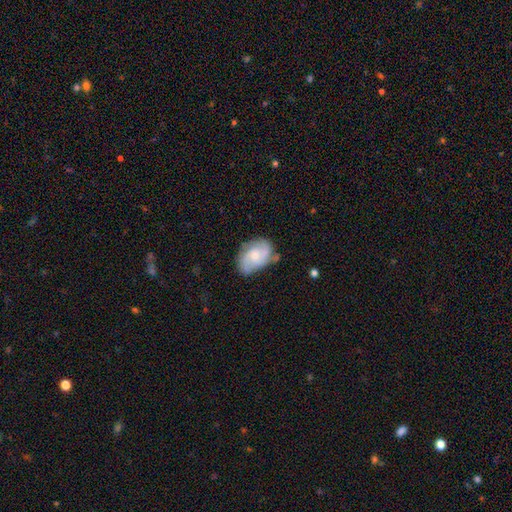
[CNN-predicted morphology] This is likely a featured or disk galaxy (63%). It is clearly not viewed edge-on (97%). Bar: likely no (66%). Spiral arm pattern: clearly yes (88%). Spiral arm count: likely 2 (63%). Spiral winding: possibly medium (47%). Central bulge: possibly moderate (46%). Merging: possibly none (59%).